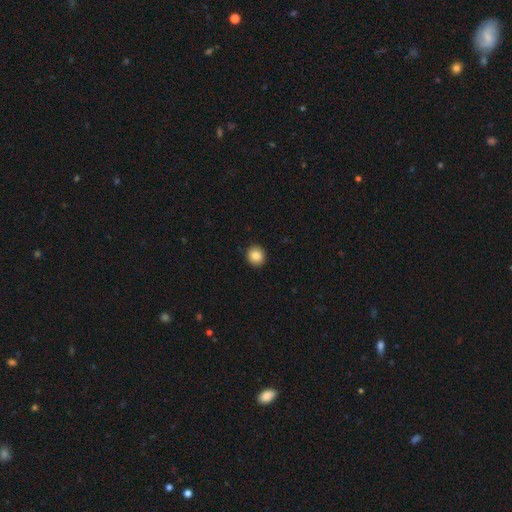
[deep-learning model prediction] A smooth galaxy with no disk features (85%) that is round (90%).

Vote fractions:
- Smooth or featured? smooth: 85% / star or artifact: 9% / featured or disk: 6%
- How rounded? round: 90% / in between: 9% / cigar-shaped: 1%
- Merging? none: 92% / minor disturbance: 5% / major disturbance: 2% / merger: 1%